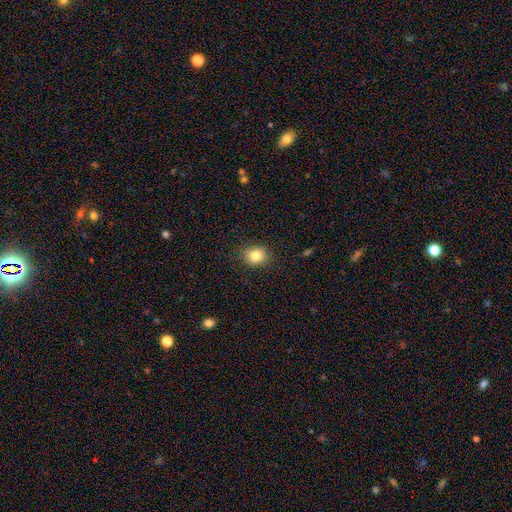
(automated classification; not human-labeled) Overall: smooth (83%). How rounded: round (68%; in between 31%). Merging: none (86%).